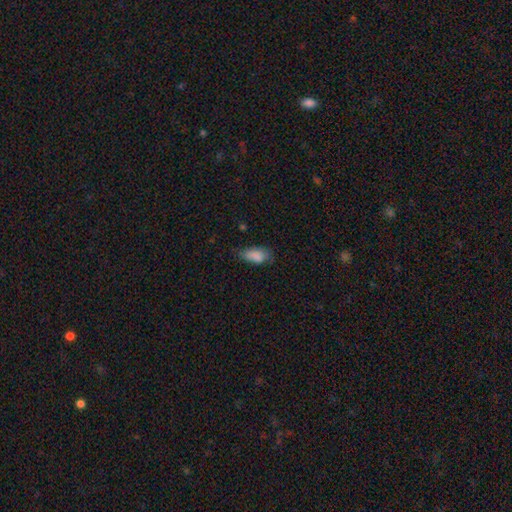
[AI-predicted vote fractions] This appears to be a smooth galaxy with no disk features (84%) that is in between round and cigar-shaped (88%). Merging: none (55%).